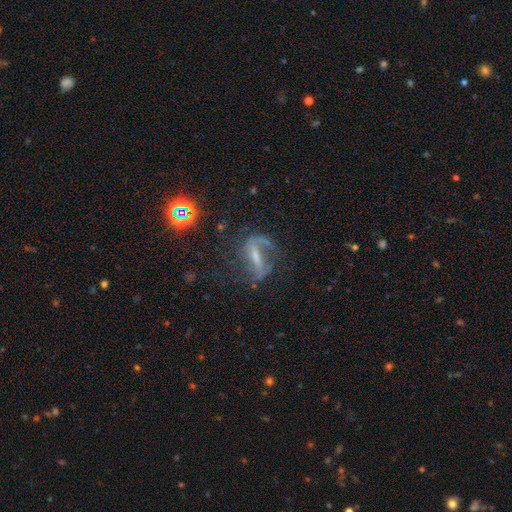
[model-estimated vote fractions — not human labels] The model was most divided on "spiral winding": medium: 44%, loose: 41%, tight: 15%. Remaining: edge-on disk — no (93%); spiral arms — yes (88%); smooth or featured — featured or disk (74%); spiral arm count — 2 (67%); bar — strong (52%); merging — none (52%); bulge size — small (38%).